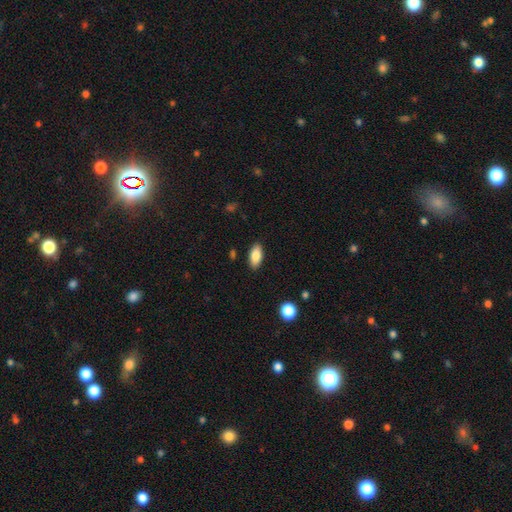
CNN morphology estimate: Smooth or featured? smooth (85%)
How rounded? in between (89%)
Merging? none (88%)